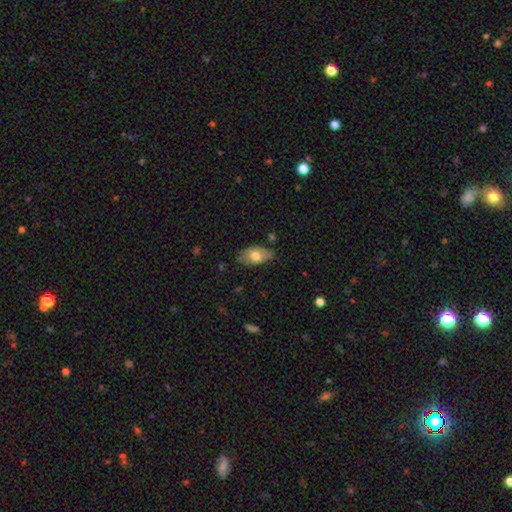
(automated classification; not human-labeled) Smooth or featured?
  - smooth: 69% *
  - featured or disk: 24%
  - star or artifact: 7%
How rounded?
  - in between: 92% *
  - round: 5%
  - cigar-shaped: 2%
Merging?
  - none: 71% *
  - minor disturbance: 23%
  - major disturbance: 4%
  - merger: 2%